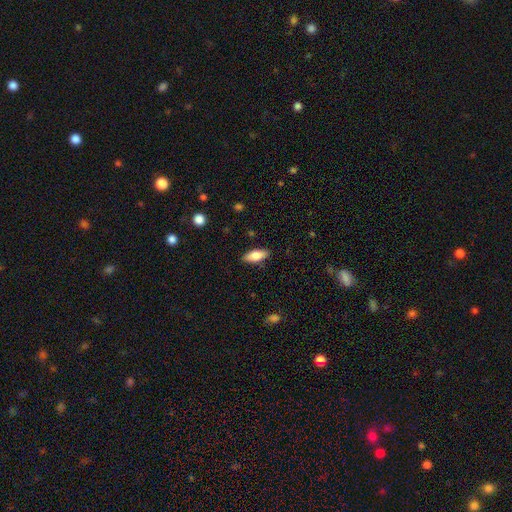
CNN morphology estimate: smooth-or-featured: smooth: 78% | featured or disk: 16% | star or artifact: 6%
  how-rounded: in between: 77% | cigar-shaped: 21% | round: 2%
  merging: none: 88% | minor disturbance: 9% | major disturbance: 2% | merger: 1%